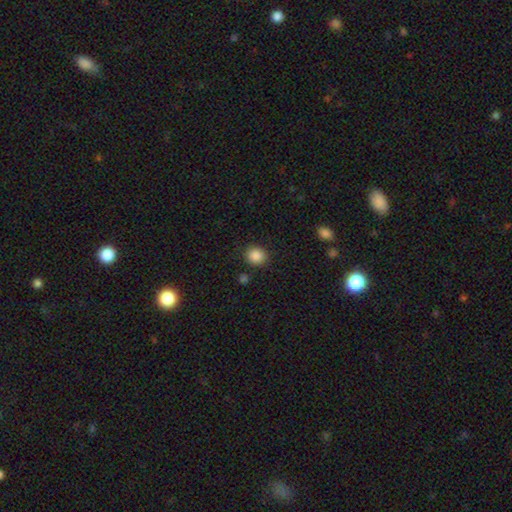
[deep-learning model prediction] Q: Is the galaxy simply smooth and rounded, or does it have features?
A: smooth — 88%.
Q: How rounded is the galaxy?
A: round — 76%.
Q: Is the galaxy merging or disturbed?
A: none — 86%.